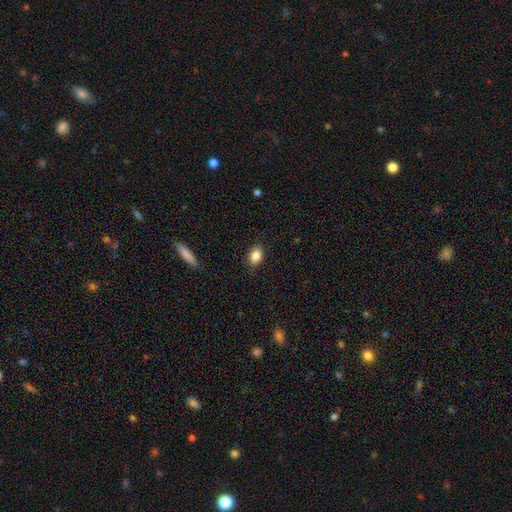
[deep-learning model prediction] smooth_or_featured: smooth (p=0.85) [alt: star or artifact p=0.08]
how_rounded: in between (p=0.80) [alt: round p=0.19]
merging: none (p=0.86) [alt: minor disturbance p=0.11]